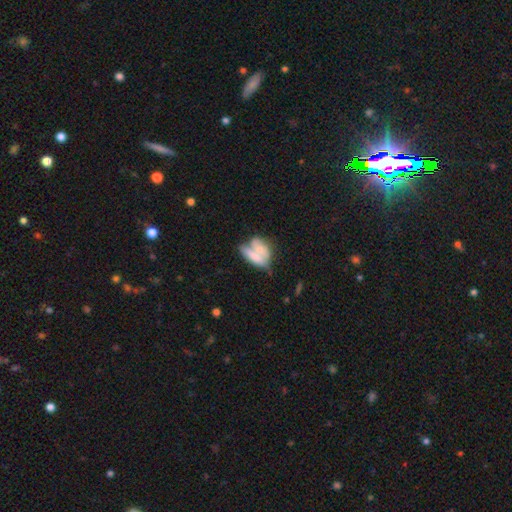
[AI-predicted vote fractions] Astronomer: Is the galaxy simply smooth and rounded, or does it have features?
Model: smooth — 56% (runner-up: featured or disk, 37%).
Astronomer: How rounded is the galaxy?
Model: in between — 71%.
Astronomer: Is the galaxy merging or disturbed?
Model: merger — 60%.